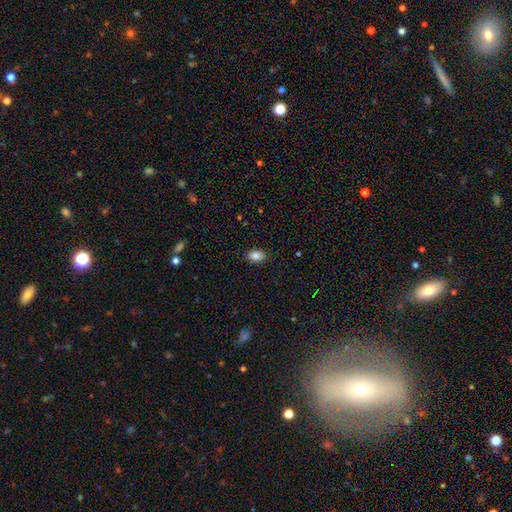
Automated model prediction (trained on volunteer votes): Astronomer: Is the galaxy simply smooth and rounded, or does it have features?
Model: smooth — 85%.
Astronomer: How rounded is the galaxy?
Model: in between — 86%.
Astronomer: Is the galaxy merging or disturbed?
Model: none — 87%.